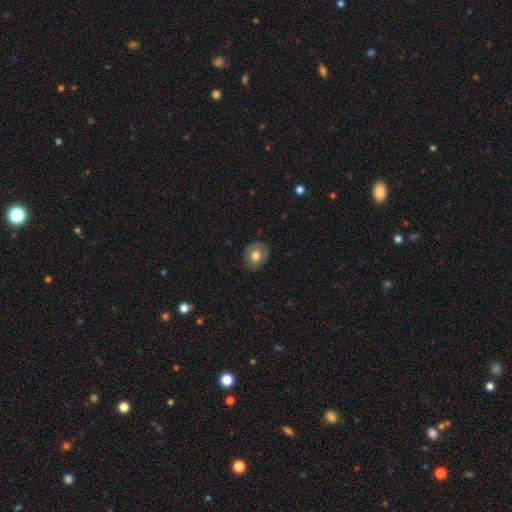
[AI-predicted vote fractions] The model was most divided on "how rounded": in between: 55%, round: 44%, cigar-shaped: 1%. More confident: merging — none (81%); smooth or featured — smooth (68%).